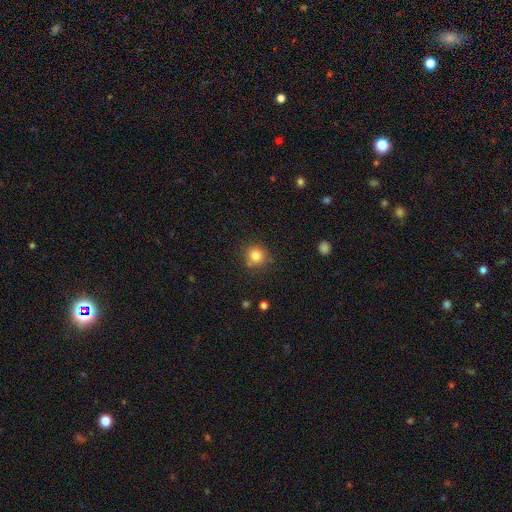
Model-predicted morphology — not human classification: smooth-or-featured: smooth: 82% | star or artifact: 12% | featured or disk: 6%
  how-rounded: round: 90% | in between: 9% | cigar-shaped: 1%
  merging: none: 80% | minor disturbance: 11% | merger: 5% | major disturbance: 3%